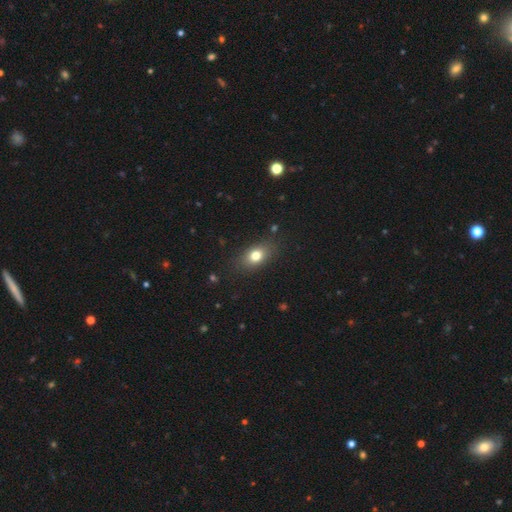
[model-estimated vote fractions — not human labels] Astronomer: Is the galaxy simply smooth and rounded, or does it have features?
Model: smooth — 77%.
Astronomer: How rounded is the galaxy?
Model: in between — 73%.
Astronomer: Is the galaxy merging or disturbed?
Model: none — 83%.